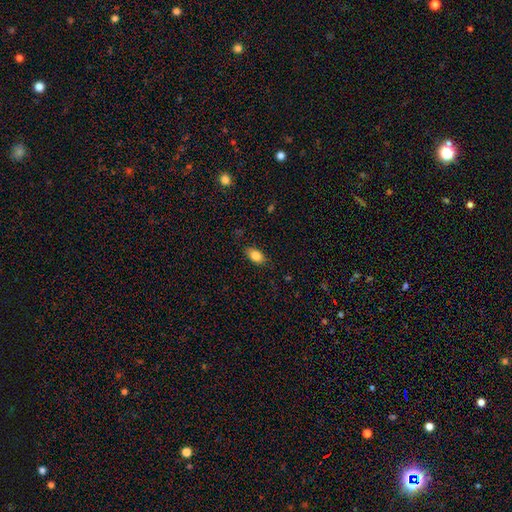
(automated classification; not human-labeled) A smooth galaxy with no disk features (84%) that is in between round and cigar-shaped (88%).

Vote fractions:
- Smooth or featured? smooth: 84% / star or artifact: 8% / featured or disk: 8%
- How rounded? in between: 88% / round: 9% / cigar-shaped: 2%
- Merging? none: 83% / minor disturbance: 13% / major disturbance: 3% / merger: 1%